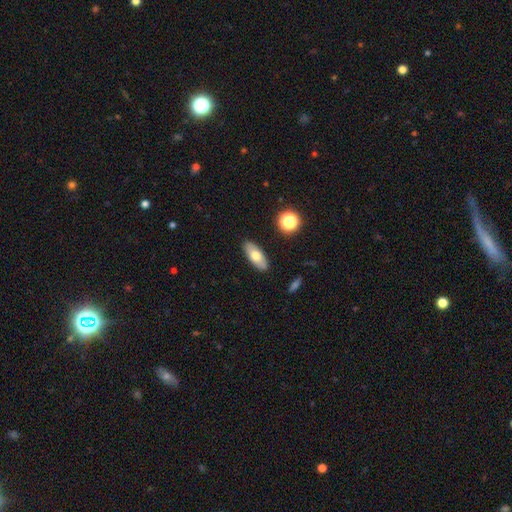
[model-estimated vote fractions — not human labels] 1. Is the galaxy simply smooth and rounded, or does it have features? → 68% smooth, 24% featured or disk, 8% star or artifact.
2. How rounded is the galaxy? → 81% in between, 16% cigar-shaped, 4% round.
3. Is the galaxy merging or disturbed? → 88% none, 9% minor disturbance, 2% major disturbance, 2% merger.